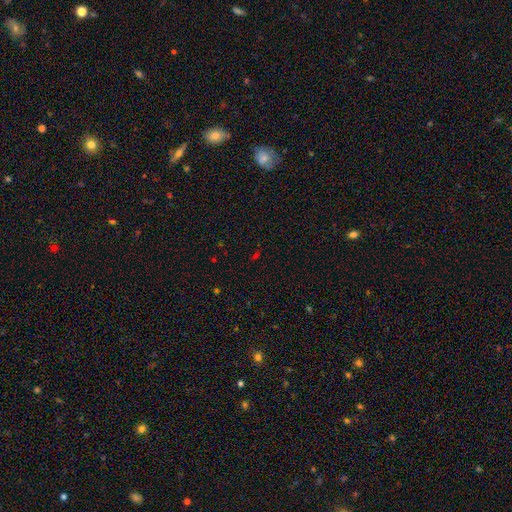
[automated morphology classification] smooth-or-featured: star or artifact: 62% | smooth: 29% | featured or disk: 9%